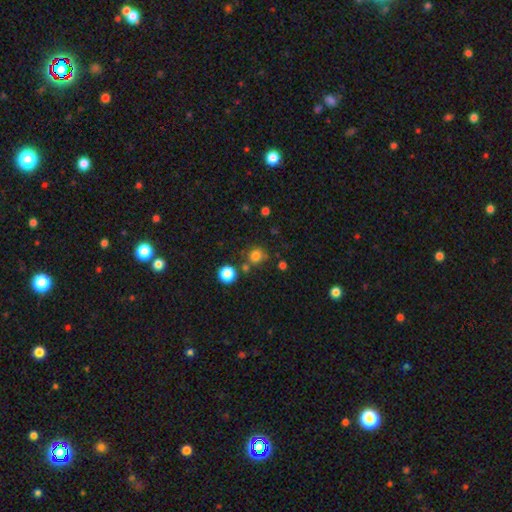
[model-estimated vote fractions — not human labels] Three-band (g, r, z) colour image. It shows a smooth galaxy with no disk features (78%) that is round (85%). Merging: none (72%).